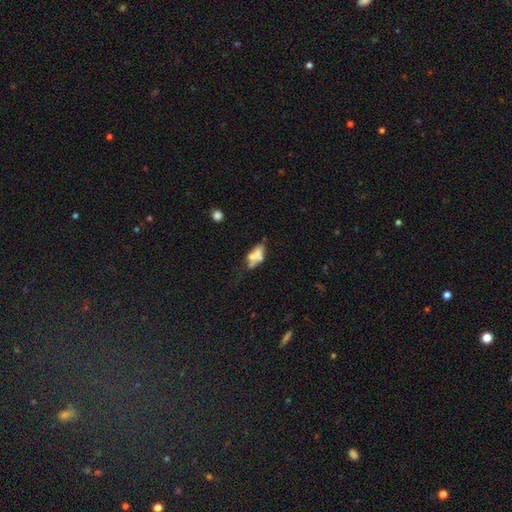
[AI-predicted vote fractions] Morphology: type=smooth (50%); merging=none (31%).